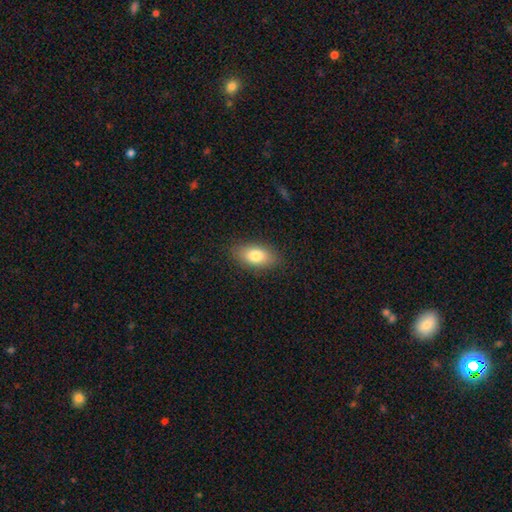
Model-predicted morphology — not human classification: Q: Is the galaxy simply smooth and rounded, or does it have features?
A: smooth — 80%.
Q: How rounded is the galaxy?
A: in between — 89%.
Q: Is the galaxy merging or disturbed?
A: none — 86%.